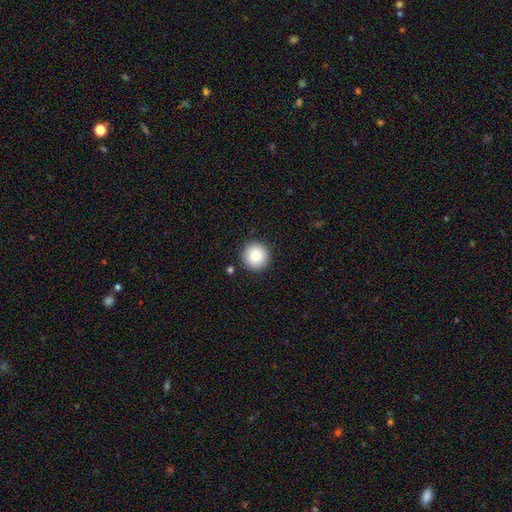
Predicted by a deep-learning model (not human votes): This appears to be a smooth galaxy with no disk features (85%) that is round (96%). Merging: none (90%).